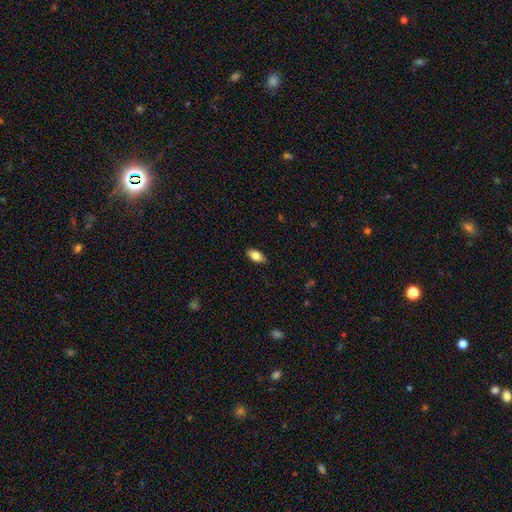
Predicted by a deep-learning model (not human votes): smooth-or-featured: smooth: 81% | featured or disk: 12% | star or artifact: 7%
  how-rounded: in between: 90% | cigar-shaped: 7% | round: 4%
  merging: none: 88% | minor disturbance: 9% | major disturbance: 2% | merger: 1%